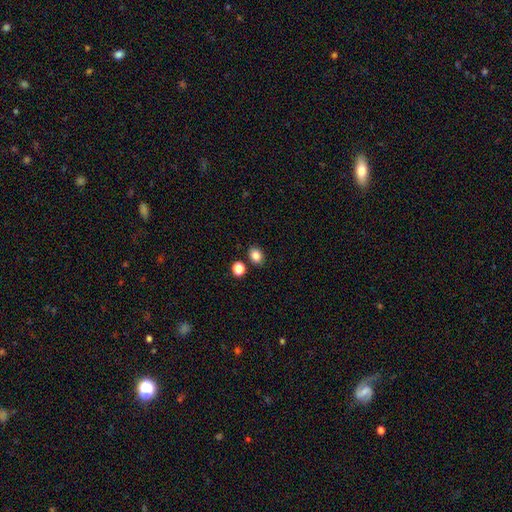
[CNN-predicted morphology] A smooth galaxy with no disk features (84%) that is in between round and cigar-shaped (55%).

Vote fractions:
- Smooth or featured? smooth: 84% / star or artifact: 11% / featured or disk: 5%
- How rounded? in between: 55% / round: 44% / cigar-shaped: 1%
- Merging? none: 83% / minor disturbance: 9% / merger: 6% / major disturbance: 2%